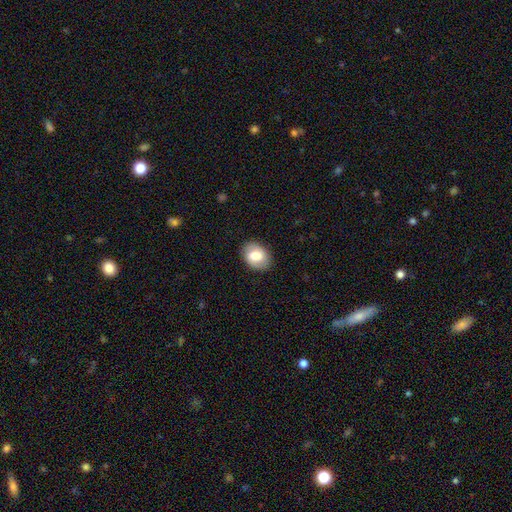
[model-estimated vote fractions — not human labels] Q: Smooth or featured?
A: smooth (70%); runner-up: featured or disk (23%)
Q: How rounded?
A: in between (72%); runner-up: round (27%)
Q: Merging?
A: none (86%); runner-up: minor disturbance (10%)